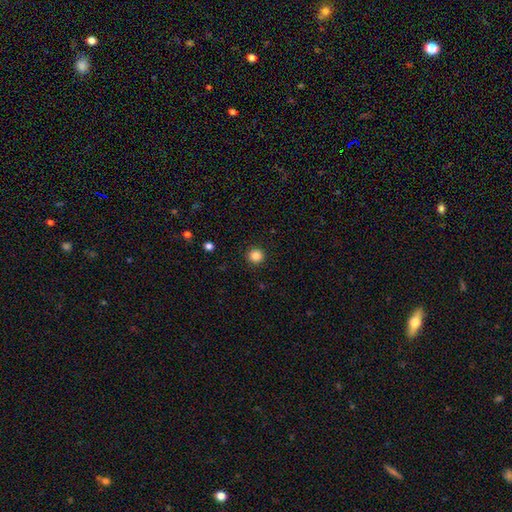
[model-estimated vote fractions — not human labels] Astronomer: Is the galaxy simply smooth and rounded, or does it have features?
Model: smooth — 85%.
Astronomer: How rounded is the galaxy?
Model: round — 95%.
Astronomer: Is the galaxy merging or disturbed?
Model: none — 93%.